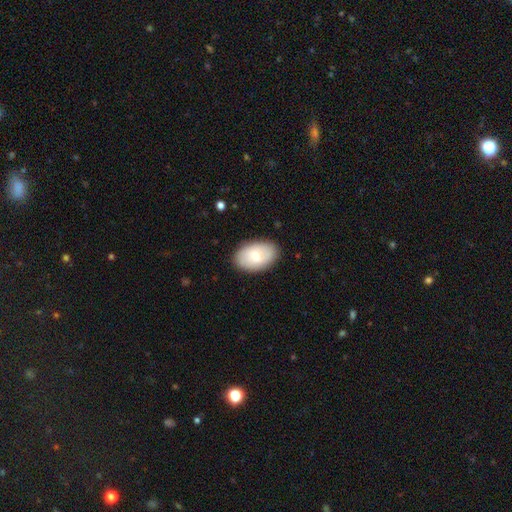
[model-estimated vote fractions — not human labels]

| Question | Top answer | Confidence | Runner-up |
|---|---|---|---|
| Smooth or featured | smooth | 69% | featured or disk (25%) |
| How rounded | in between | 90% | round (8%) |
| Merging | none | 86% | minor disturbance (10%) |